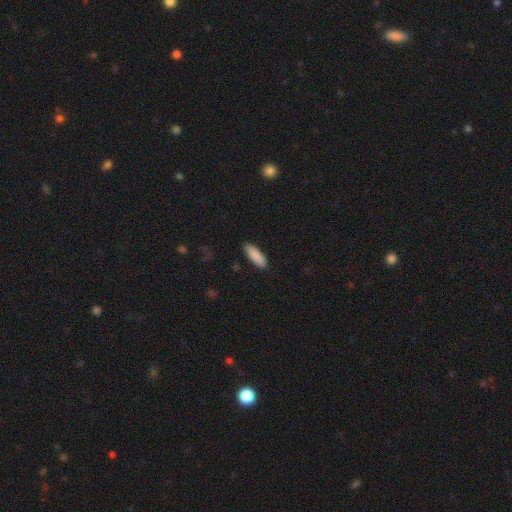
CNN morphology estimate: smooth_or_featured: smooth (p=0.89) [alt: star or artifact p=0.06]
how_rounded: in between (p=0.55) [alt: cigar-shaped p=0.44]
merging: none (p=0.89) [alt: minor disturbance p=0.08]